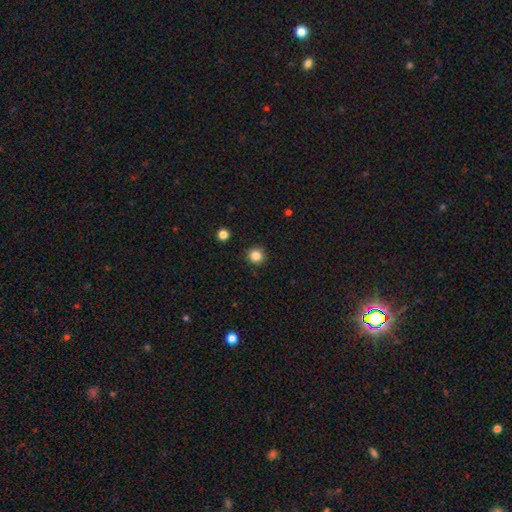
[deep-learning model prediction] This is clearly a smooth galaxy (84%). How rounded: clearly round (95%). Merging: clearly none (91%).